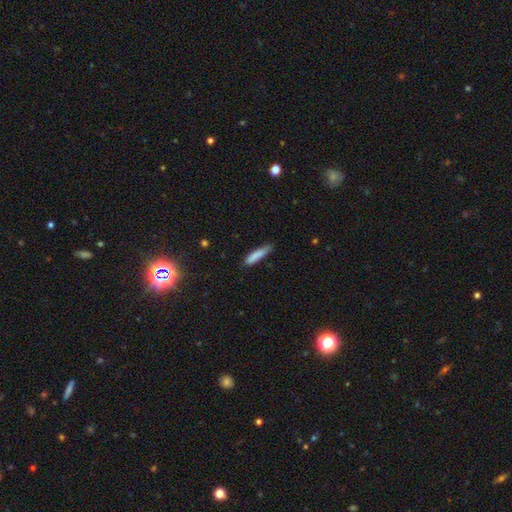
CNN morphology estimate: A smooth galaxy with no disk features (83%) that is cigar-shaped (85%). Merging: none (71%).